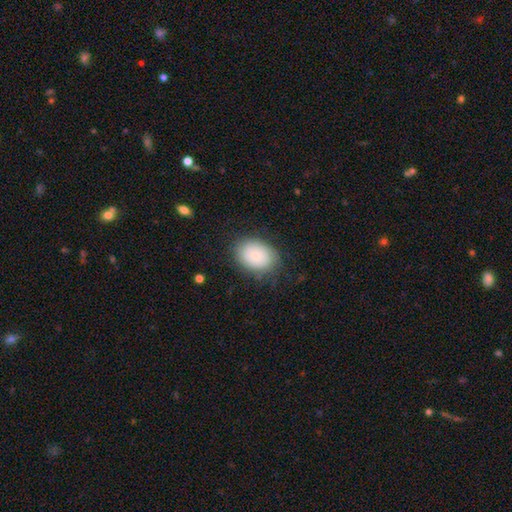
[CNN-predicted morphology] A smooth galaxy with no disk features (75%) that is in between round and cigar-shaped (72%). Merging: none (76%).